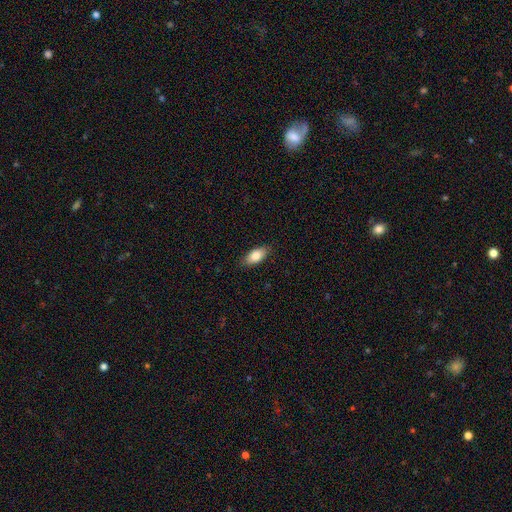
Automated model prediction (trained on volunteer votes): A smooth galaxy with no disk features (83%) that is in between round and cigar-shaped (88%). Merging: none (86%).